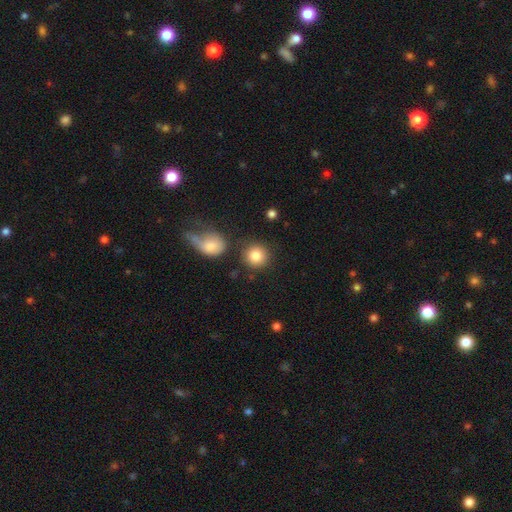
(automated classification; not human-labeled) Q: Smooth or featured?
A: smooth (85%); runner-up: star or artifact (9%)
Q: How rounded?
A: round (90%); runner-up: in between (9%)
Q: Merging?
A: none (76%); runner-up: merger (10%)